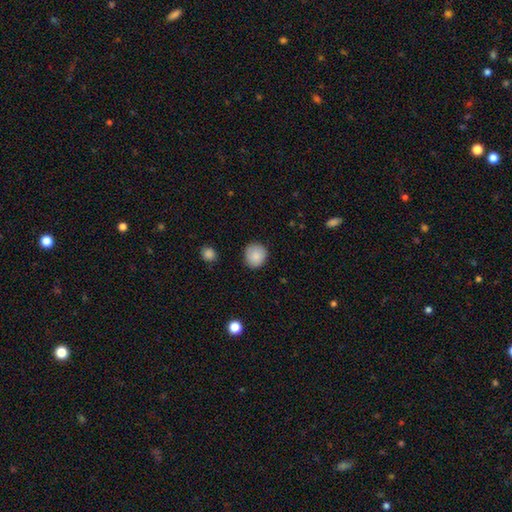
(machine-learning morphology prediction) A smooth galaxy with no disk features (87%) that is round (86%).

Vote fractions:
- Smooth or featured? smooth: 87% / star or artifact: 8% / featured or disk: 5%
- How rounded? round: 86% / in between: 13% / cigar-shaped: 1%
- Merging? none: 86% / minor disturbance: 10% / major disturbance: 2% / merger: 1%